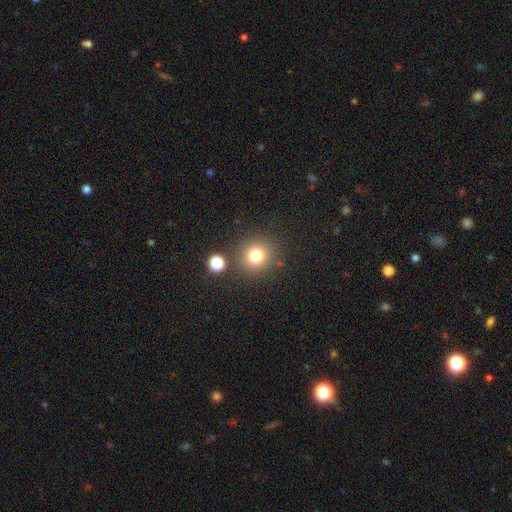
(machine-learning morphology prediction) Smooth or featured?
  - smooth: 77% *
  - star or artifact: 15%
  - featured or disk: 8%
How rounded?
  - round: 92% *
  - in between: 7%
  - cigar-shaped: 1%
Merging?
  - none: 83% *
  - minor disturbance: 8%
  - merger: 6%
  - major disturbance: 3%